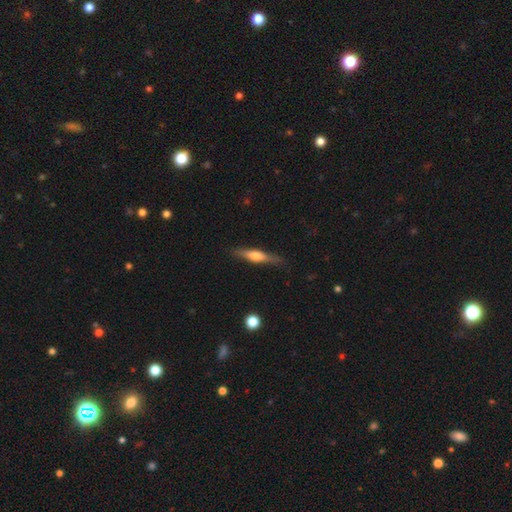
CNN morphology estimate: Smooth or featured? Predicted: featured or disk (p=0.57). Edge-on disk? Predicted: yes (p=0.96). Edge-on bulge? Predicted: rounded (p=0.84). Merging? Predicted: none (p=0.85).